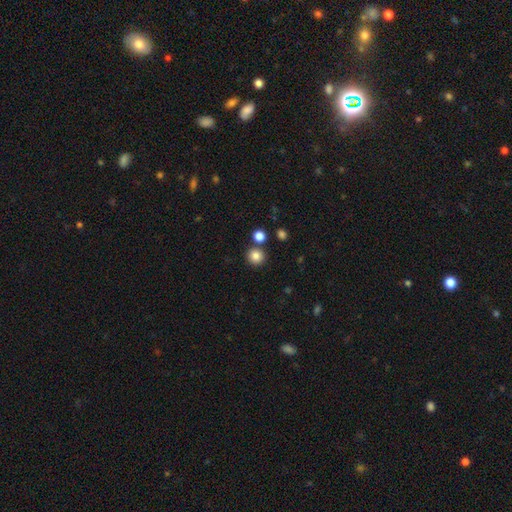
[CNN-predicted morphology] This appears to be a smooth galaxy with no disk features (84%) that is round (92%). Merging: none (82%).